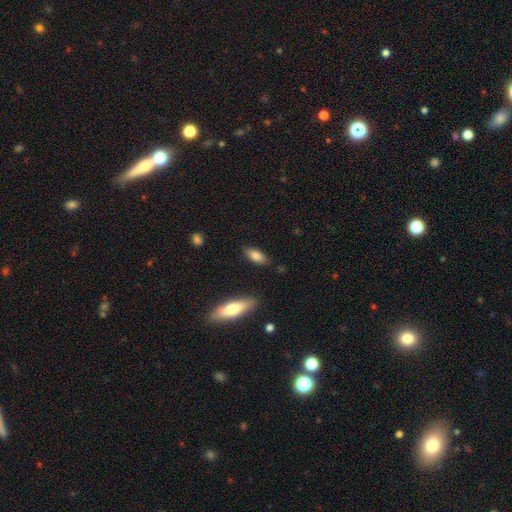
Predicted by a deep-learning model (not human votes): Smooth or featured?
  - smooth: 82% *
  - featured or disk: 11%
  - star or artifact: 7%
How rounded?
  - in between: 76% *
  - cigar-shaped: 21%
  - round: 3%
Merging?
  - none: 83% *
  - minor disturbance: 12%
  - major disturbance: 3%
  - merger: 2%